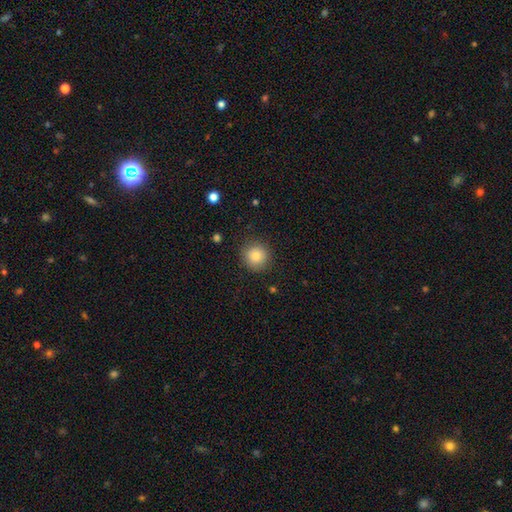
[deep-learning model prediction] Q: Smooth or featured?
A: smooth (81%); runner-up: star or artifact (10%)
Q: How rounded?
A: round (93%); runner-up: in between (6%)
Q: Merging?
A: none (89%); runner-up: minor disturbance (8%)